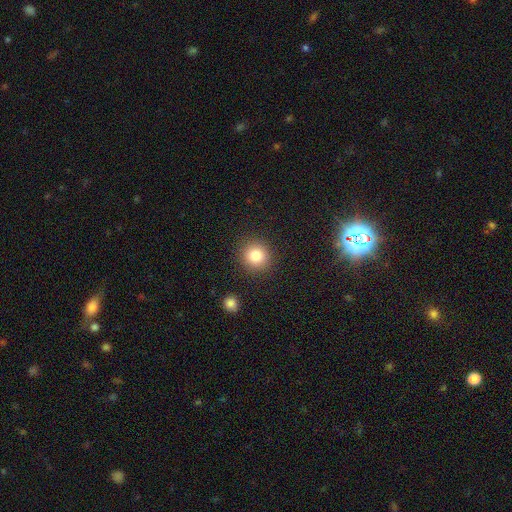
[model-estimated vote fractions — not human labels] smooth 83%, star or artifact 11%, featured or disk 6%. Down the decision tree: how rounded — round (91%); merging — none (89%).